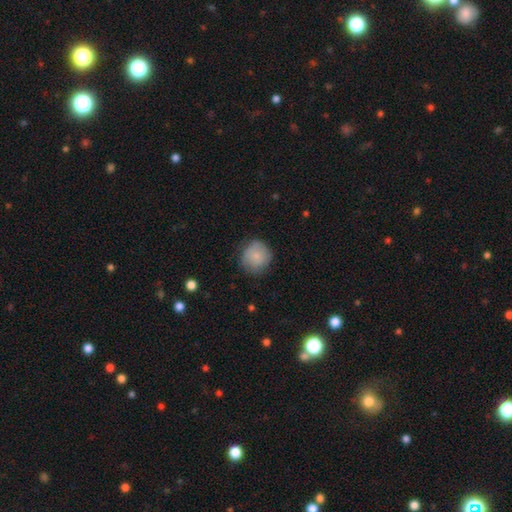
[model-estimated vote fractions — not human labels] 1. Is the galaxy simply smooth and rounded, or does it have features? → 80% smooth, 13% featured or disk, 7% star or artifact.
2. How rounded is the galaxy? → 92% round, 7% in between, 1% cigar-shaped.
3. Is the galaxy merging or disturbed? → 75% none, 19% minor disturbance, 5% major disturbance, 1% merger.